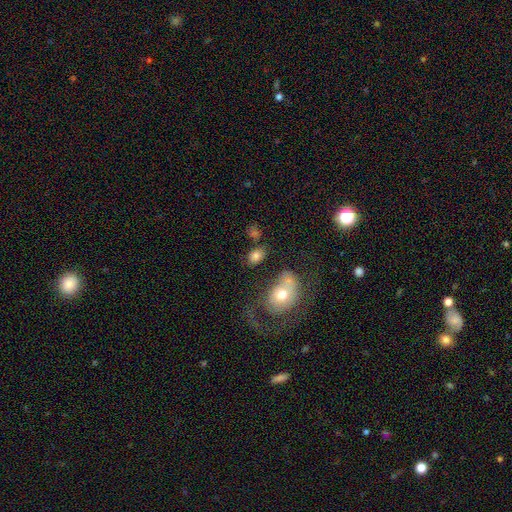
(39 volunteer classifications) Volunteers were most divided on "merging": none: 69%, minor disturbance: 14%, major disturbance: 8%, merger: 8%. More confident: smooth or featured — smooth (87%); how rounded — in between (85%).